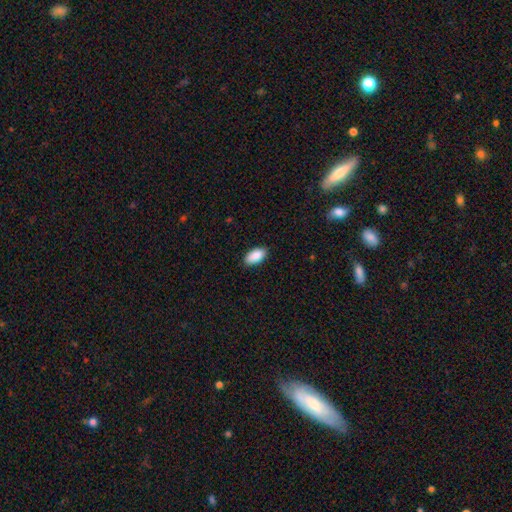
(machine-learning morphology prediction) A smooth galaxy with no disk features (88%) that is in between round and cigar-shaped (93%). Merging: none (87%).